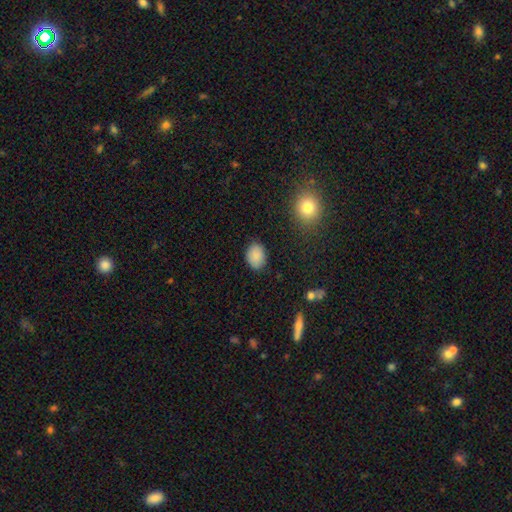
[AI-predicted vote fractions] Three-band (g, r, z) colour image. It shows a smooth galaxy with no disk features (88%) that is in between round and cigar-shaped (73%). Merging: none (85%).